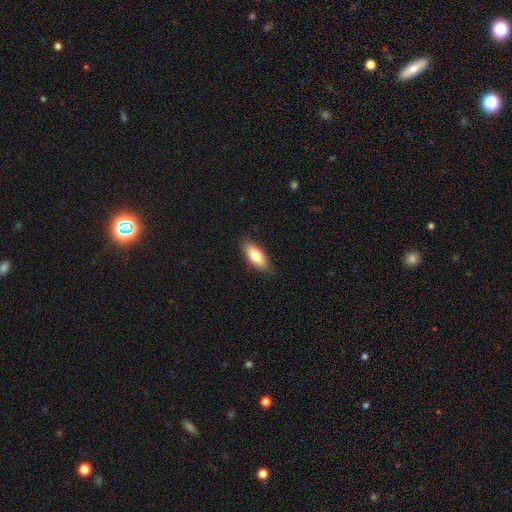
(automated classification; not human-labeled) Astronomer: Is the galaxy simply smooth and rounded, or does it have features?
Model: smooth — 78%.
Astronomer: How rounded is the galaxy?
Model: in between — 81%.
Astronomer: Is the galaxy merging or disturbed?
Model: none — 85%.